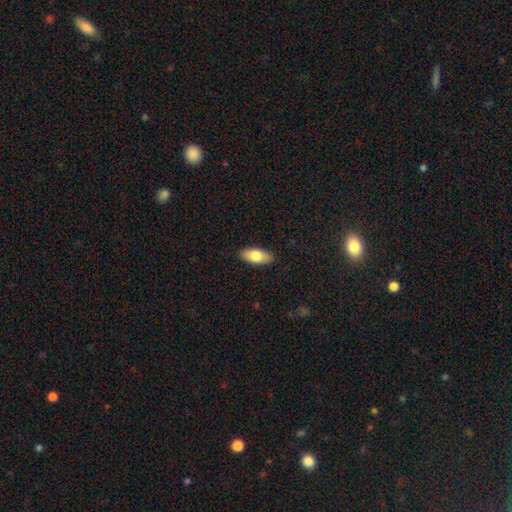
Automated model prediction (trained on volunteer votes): smooth-or-featured: smooth: 78% | featured or disk: 16% | star or artifact: 6%
  how-rounded: in between: 84% | cigar-shaped: 13% | round: 2%
  merging: none: 89% | minor disturbance: 8% | major disturbance: 2% | merger: 1%